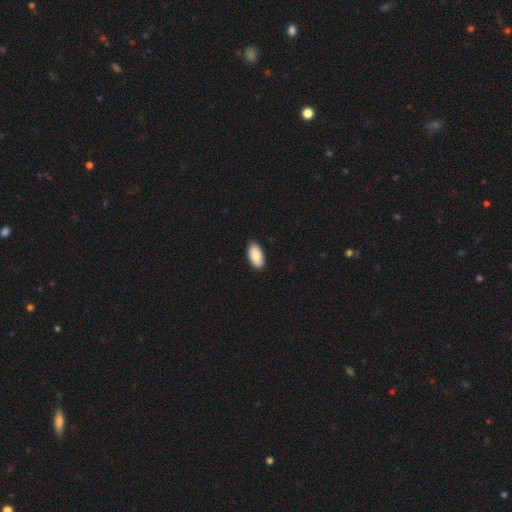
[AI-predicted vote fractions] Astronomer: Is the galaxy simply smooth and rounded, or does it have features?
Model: smooth — 86%.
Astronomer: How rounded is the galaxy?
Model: in between — 95%.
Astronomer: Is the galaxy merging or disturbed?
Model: none — 91%.